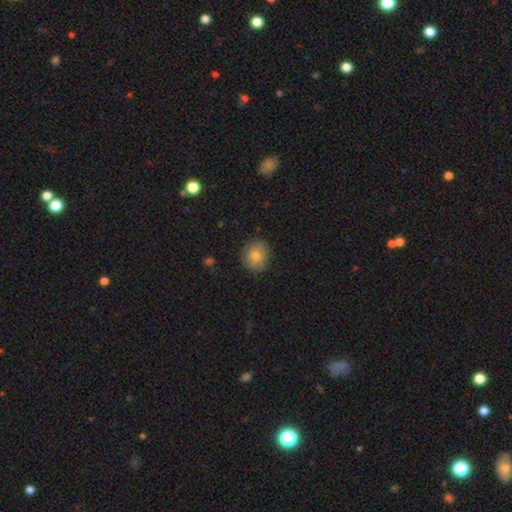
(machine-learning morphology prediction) A smooth galaxy with no disk features (78%) that is round (75%).

Vote fractions:
- Smooth or featured? smooth: 78% / featured or disk: 13% / star or artifact: 10%
- How rounded? round: 75% / in between: 24% / cigar-shaped: 1%
- Merging? none: 87% / minor disturbance: 10% / major disturbance: 2% / merger: 1%